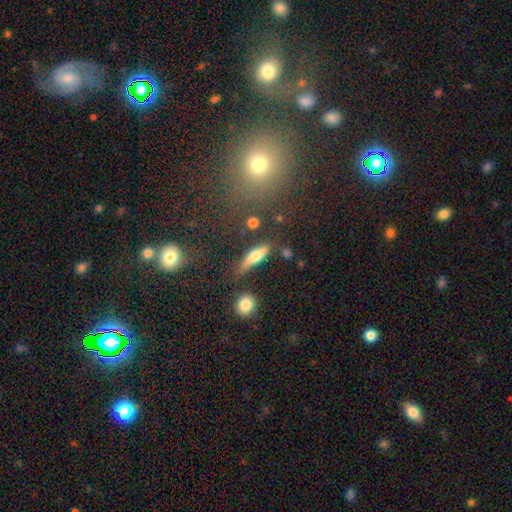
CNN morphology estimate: Smooth or featured?
  - smooth: 62% *
  - featured or disk: 30%
  - star or artifact: 8%
How rounded?
  - cigar-shaped: 61% *
  - in between: 35%
  - round: 4%
Merging?
  - none: 63% *
  - minor disturbance: 20%
  - merger: 8%
  - major disturbance: 8%